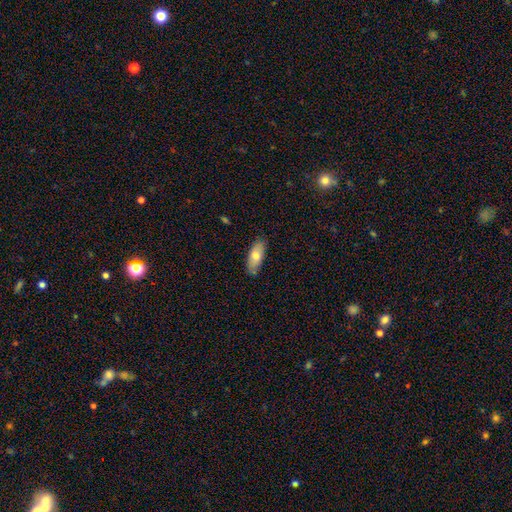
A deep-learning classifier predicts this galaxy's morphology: A smooth galaxy with no disk features (73%) that is in between round and cigar-shaped (81%).

Vote fractions:
- Smooth or featured? smooth: 73% / featured or disk: 20% / star or artifact: 6%
- How rounded? in between: 81% / cigar-shaped: 17% / round: 2%
- Merging? none: 81% / minor disturbance: 15% / major disturbance: 2% / merger: 2%